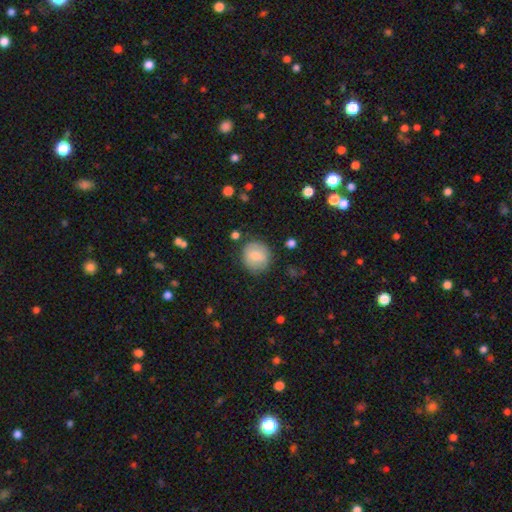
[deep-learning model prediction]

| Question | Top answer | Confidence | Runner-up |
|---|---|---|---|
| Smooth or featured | smooth | 75% | featured or disk (18%) |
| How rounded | round | 87% | in between (12%) |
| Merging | none | 82% | minor disturbance (13%) |